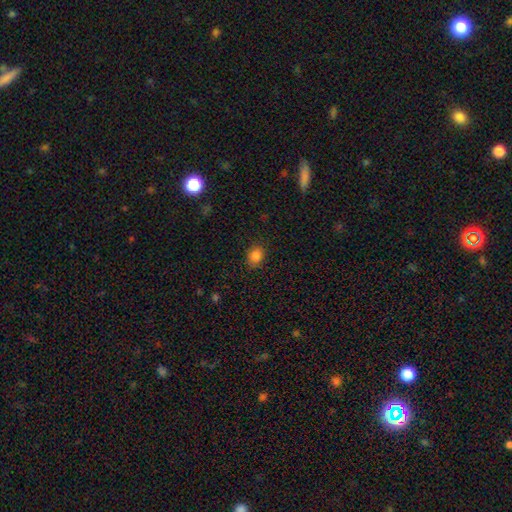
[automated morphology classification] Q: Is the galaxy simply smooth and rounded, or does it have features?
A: smooth — 84%.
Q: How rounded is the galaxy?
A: in between — 50%.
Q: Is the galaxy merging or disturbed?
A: none — 83%.